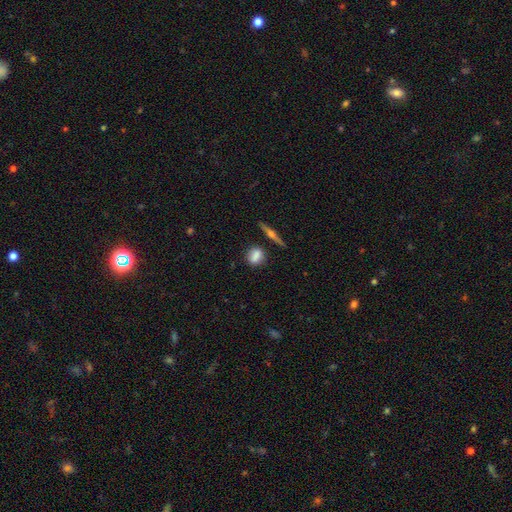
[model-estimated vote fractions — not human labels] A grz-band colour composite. It shows a smooth galaxy with no disk features (77%) that is round (53%). Merging: none (78%).